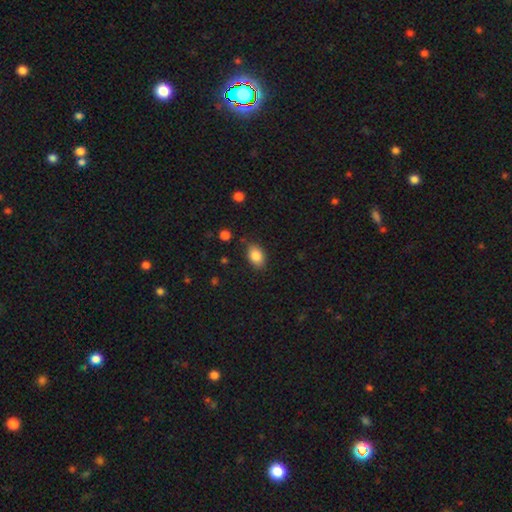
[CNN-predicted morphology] smooth_or_featured: smooth (p=0.85) [alt: star or artifact p=0.08]
how_rounded: in between (p=0.84) [alt: round p=0.15]
merging: none (p=0.81) [alt: minor disturbance p=0.14]